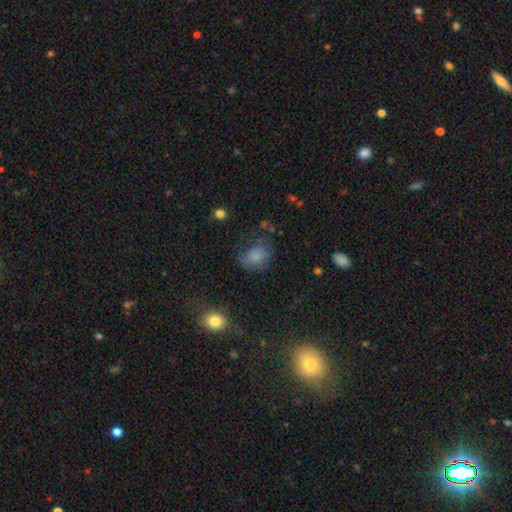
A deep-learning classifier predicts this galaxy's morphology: Smooth or featured: smooth — 72% (featured or disk — 15%)
How rounded: in between — 56% (round — 43%)
Merging: none — 47% (minor disturbance — 28%)